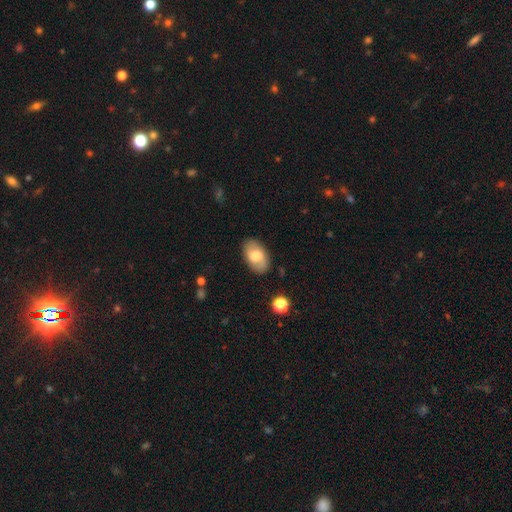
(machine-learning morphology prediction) type=smooth (66%); roundness=in between (92%); merging=none (84%).